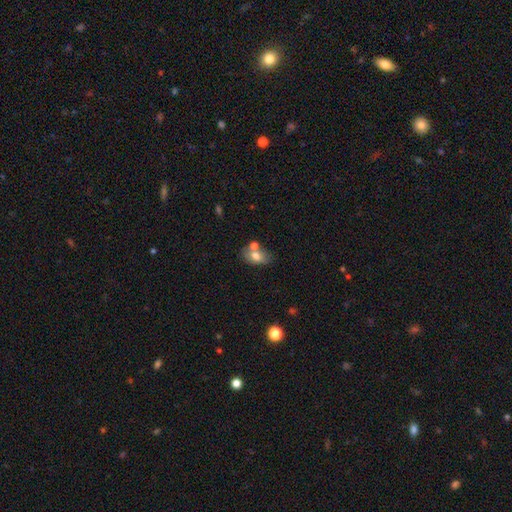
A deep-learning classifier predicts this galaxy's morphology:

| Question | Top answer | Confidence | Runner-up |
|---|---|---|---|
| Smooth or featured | smooth | 69% | featured or disk (22%) |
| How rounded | in between | 82% | round (16%) |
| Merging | none | 45% | merger (31%) |